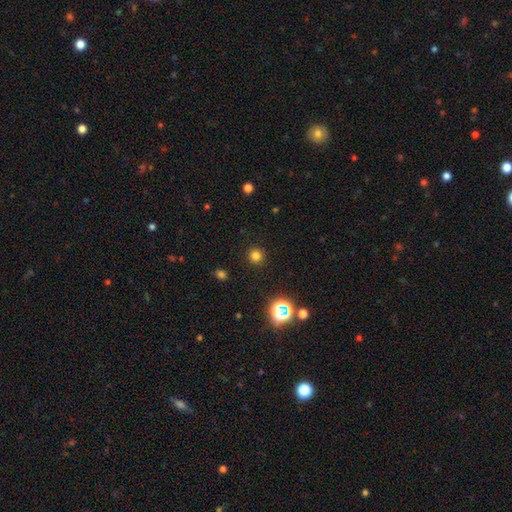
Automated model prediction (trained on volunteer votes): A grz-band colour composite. It shows a smooth galaxy with no disk features (77%) that is round (94%). Merging: none (91%).